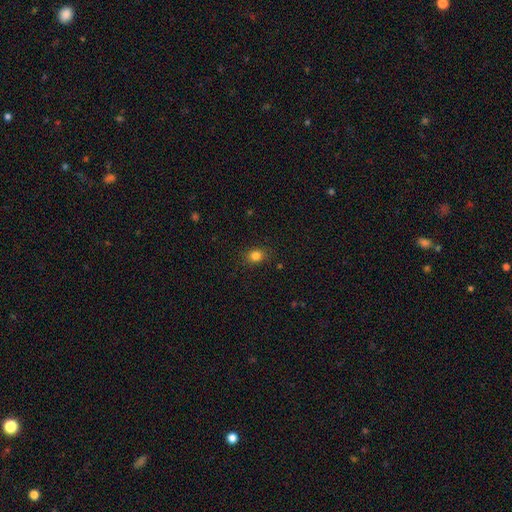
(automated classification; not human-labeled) Smooth or featured?
  - smooth: 82% *
  - star or artifact: 13%
  - featured or disk: 5%
How rounded?
  - round: 54% *
  - in between: 45%
  - cigar-shaped: 1%
Merging?
  - none: 86% *
  - minor disturbance: 10%
  - major disturbance: 3%
  - merger: 1%